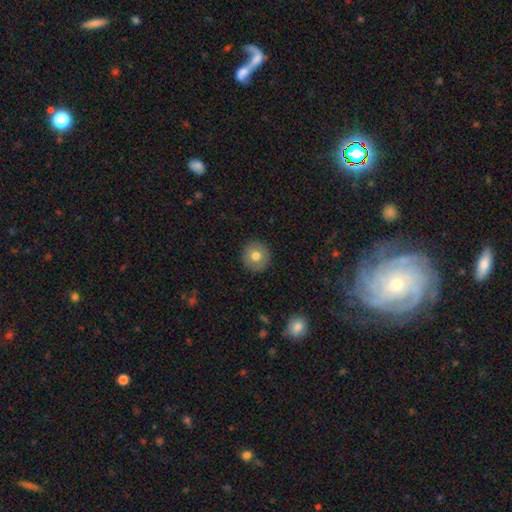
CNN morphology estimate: Overall: smooth (76%). How rounded: round (94%). Merging: none (91%).